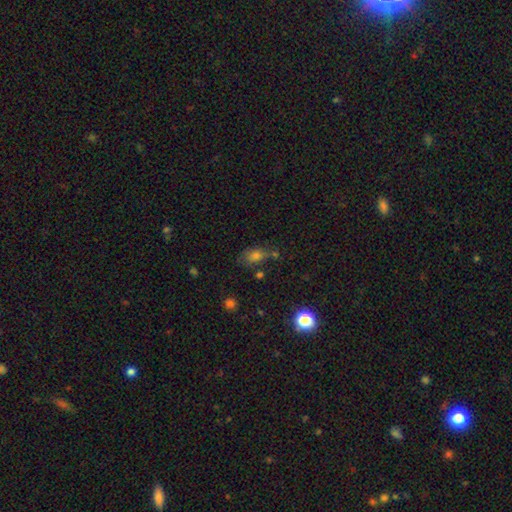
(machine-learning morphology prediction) Overall: smooth (72%). How rounded: in between (77%). Merging: none (54%; minor disturbance 23%).